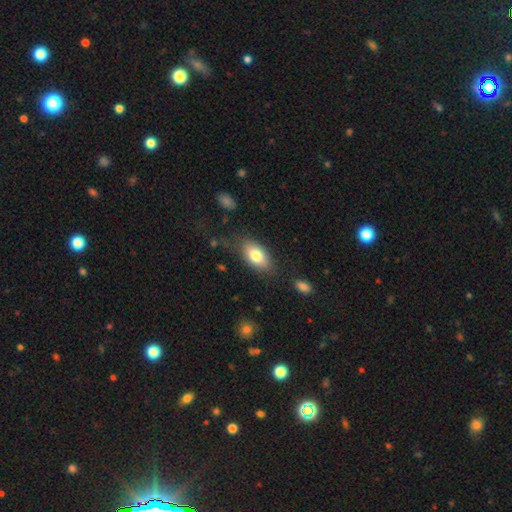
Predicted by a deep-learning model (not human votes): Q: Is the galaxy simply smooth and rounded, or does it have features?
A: smooth — 80%.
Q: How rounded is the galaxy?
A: in between — 91%.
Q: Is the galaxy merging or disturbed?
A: none — 74%.